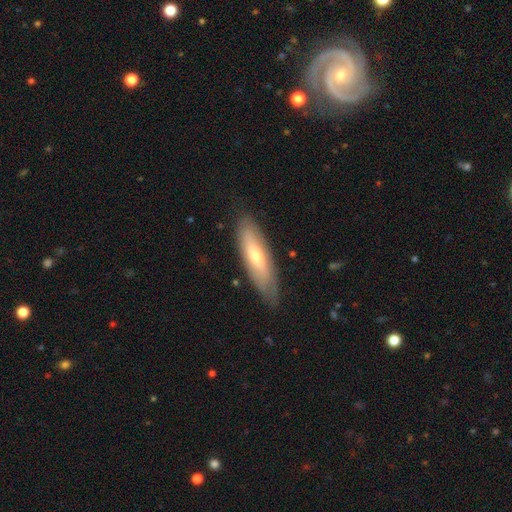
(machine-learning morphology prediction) This is possibly a smooth galaxy (55%). How rounded: possibly cigar-shaped (54%). Merging: likely none (77%).